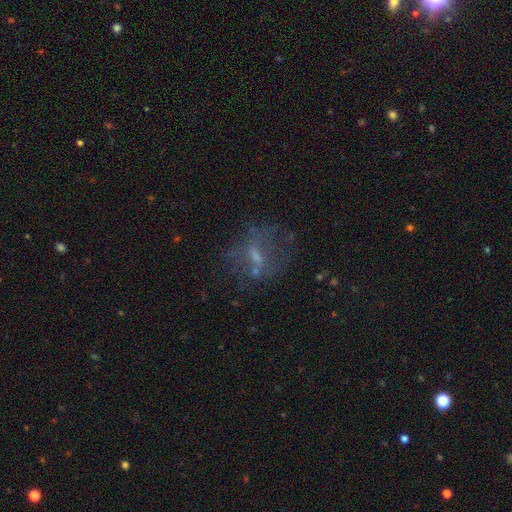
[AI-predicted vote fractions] A featured or disk galaxy (45%).

Vote fractions:
- Smooth or featured? featured or disk: 45% / smooth: 30% / star or artifact: 25%
- Merging? none: 59% / major disturbance: 19% / minor disturbance: 17% / merger: 4%